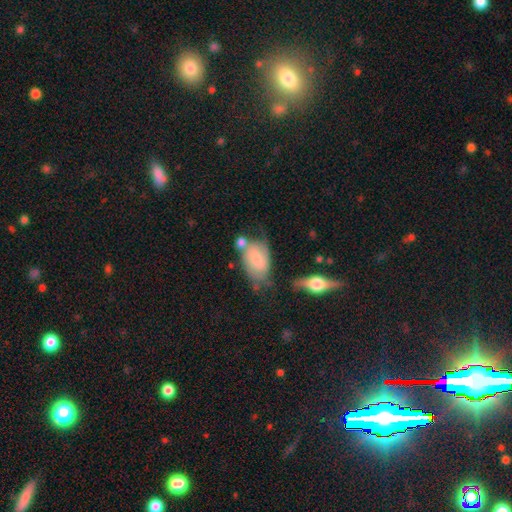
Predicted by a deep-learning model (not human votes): A smooth galaxy with no disk features (59%) that is in between round and cigar-shaped (90%).

Vote fractions:
- Smooth or featured? smooth: 59% / featured or disk: 32% / star or artifact: 8%
- How rounded? in between: 90% / round: 7% / cigar-shaped: 3%
- Merging? none: 44% / minor disturbance: 27% / merger: 17% / major disturbance: 12%